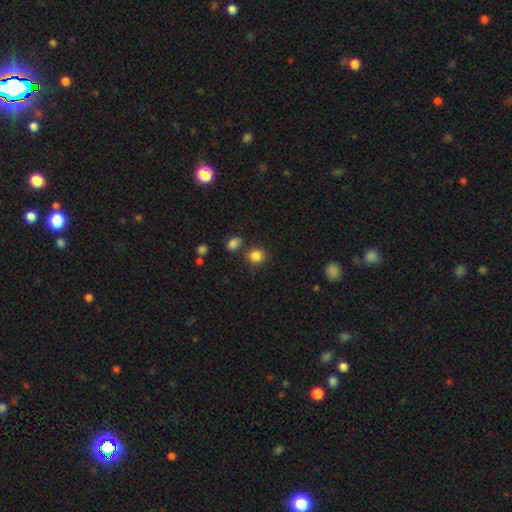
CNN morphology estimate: Overall: smooth (84%). How rounded: round (75%). Merging: none (75%).